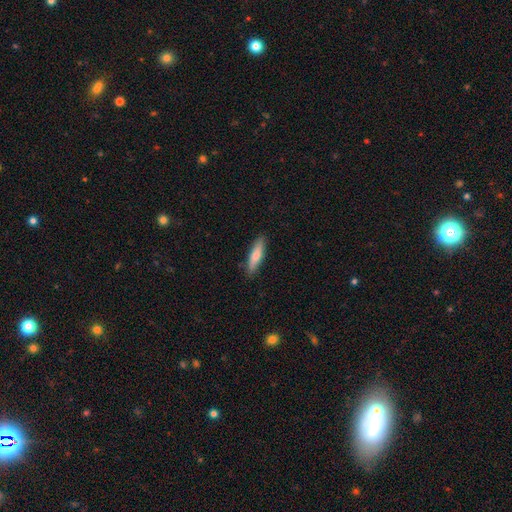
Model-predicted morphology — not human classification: smooth-or-featured: smooth: 74% | featured or disk: 21% | star or artifact: 6%
  how-rounded: cigar-shaped: 72% | in between: 26% | round: 2%
  merging: none: 87% | minor disturbance: 10% | major disturbance: 2% | merger: 1%